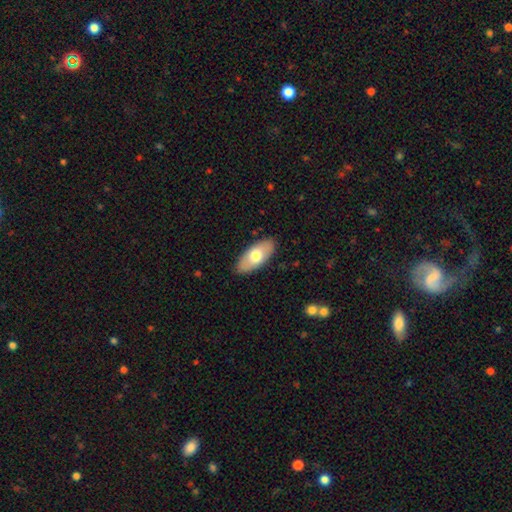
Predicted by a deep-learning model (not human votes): smooth_or_featured: smooth (p=0.68) [alt: featured or disk p=0.27]
how_rounded: in between (p=0.90) [alt: cigar-shaped p=0.08]
merging: none (p=0.88) [alt: minor disturbance p=0.09]